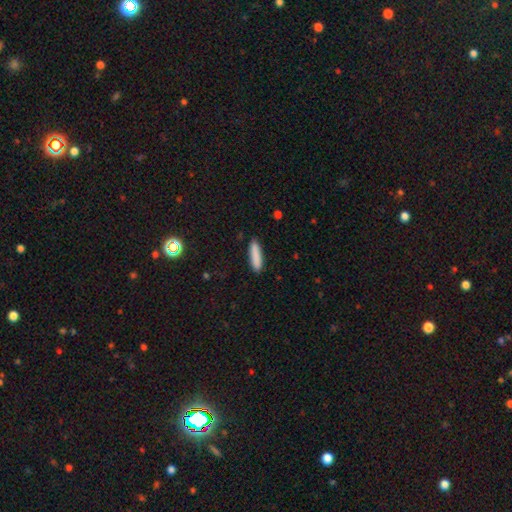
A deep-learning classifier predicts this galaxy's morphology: smooth-or-featured: smooth: 87% | featured or disk: 6% | star or artifact: 6%
  how-rounded: cigar-shaped: 78% | in between: 21% | round: 1%
  merging: none: 88% | minor disturbance: 9% | major disturbance: 2% | merger: 1%